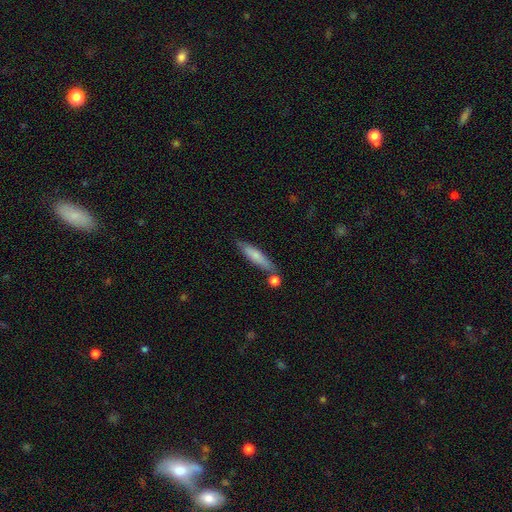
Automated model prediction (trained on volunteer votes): This is likely a smooth galaxy (71%). How rounded: clearly cigar-shaped (83%). Merging: likely none (70%).